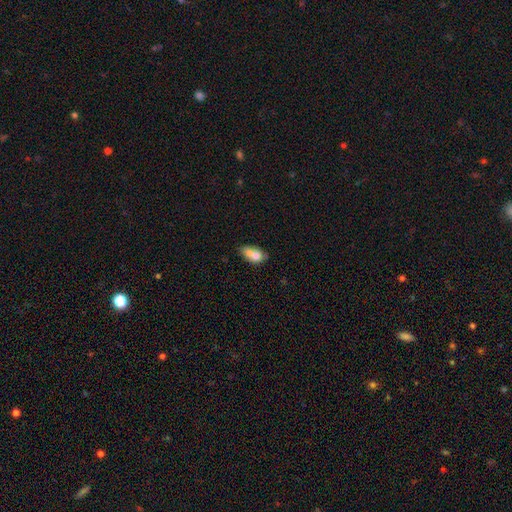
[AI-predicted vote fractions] This appears to be a smooth galaxy with no disk features (67%) that is in between round and cigar-shaped (75%). Merging: merger (47%).